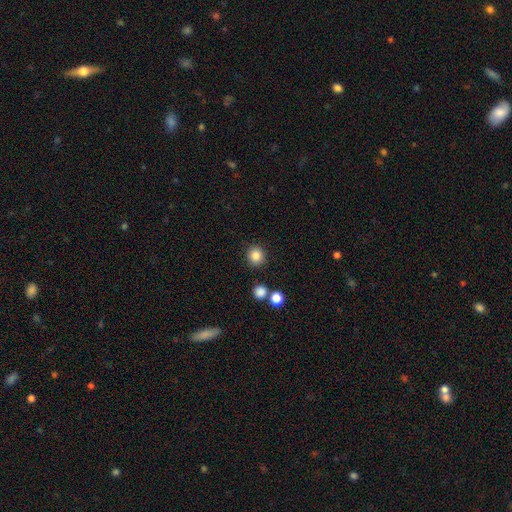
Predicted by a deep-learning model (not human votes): This appears to be a smooth galaxy with no disk features (85%) that is round (91%). Merging: none (89%).